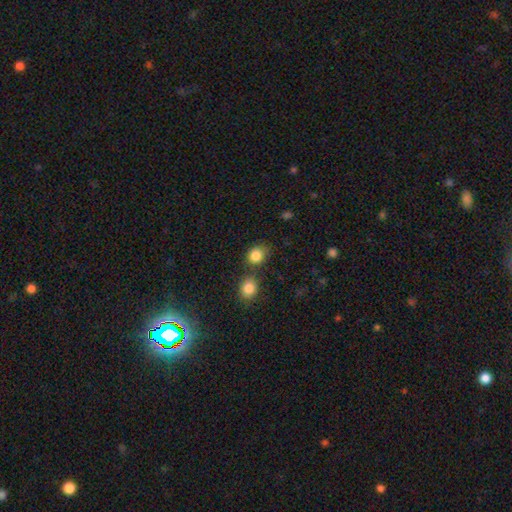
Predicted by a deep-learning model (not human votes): Smooth or featured: smooth — 85% (star or artifact — 10%)
How rounded: round — 69% (in between — 30%)
Merging: none — 61% (merger — 19%)